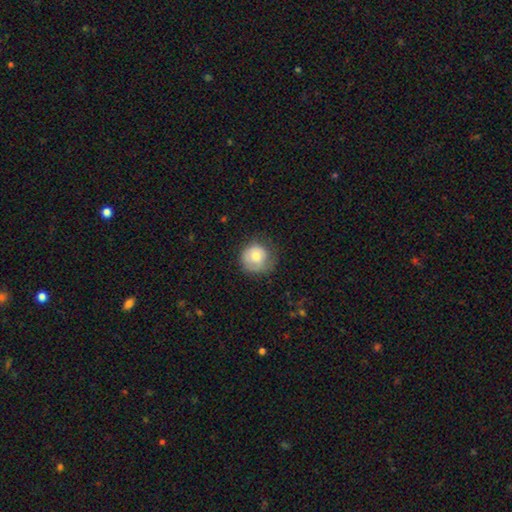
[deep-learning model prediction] Q: Smooth or featured?
A: smooth (72%); runner-up: featured or disk (20%)
Q: How rounded?
A: round (89%); runner-up: in between (10%)
Q: Merging?
A: none (58%); runner-up: minor disturbance (28%)